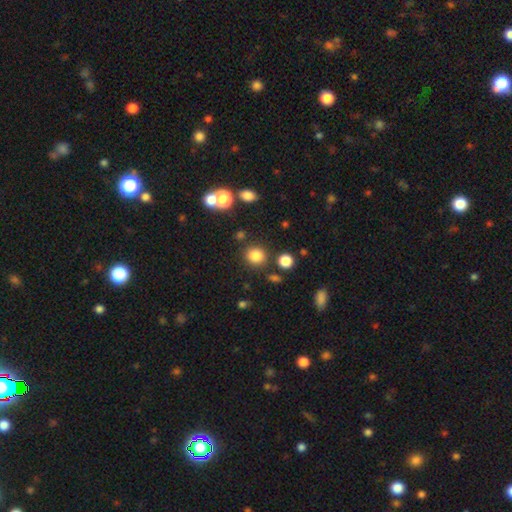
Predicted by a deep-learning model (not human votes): Smooth or featured?
  - smooth: 82% *
  - star or artifact: 13%
  - featured or disk: 5%
How rounded?
  - round: 84% *
  - in between: 15%
  - cigar-shaped: 1%
Merging?
  - none: 83% *
  - minor disturbance: 8%
  - merger: 6%
  - major disturbance: 3%